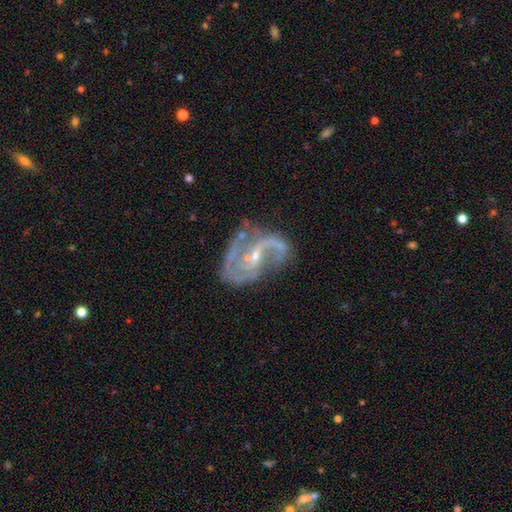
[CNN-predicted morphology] Q: Smooth or featured?
A: featured or disk (89%); runner-up: star or artifact (6%)
Q: Edge-on disk?
A: no (98%); runner-up: yes (2%)
Q: Bar?
A: weak (45%); runner-up: no (38%)
Q: Spiral arms?
A: yes (95%); runner-up: no (5%)
Q: Spiral winding?
A: loose (43%); tied with: medium (43%)
Q: Spiral arm count?
A: 2 (67%); runner-up: 3 (10%)
Q: Bulge size?
A: small (76%); runner-up: moderate (19%)
Q: Merging?
A: none (47%); runner-up: major disturbance (24%)